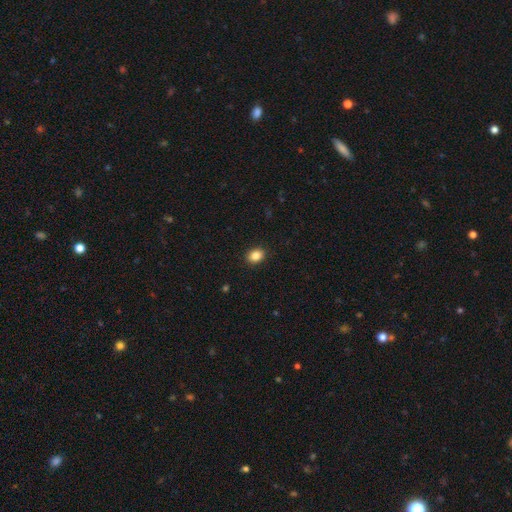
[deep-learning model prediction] This appears to be a smooth galaxy with no disk features (86%) that is in between round and cigar-shaped (53%). Merging: none (91%).